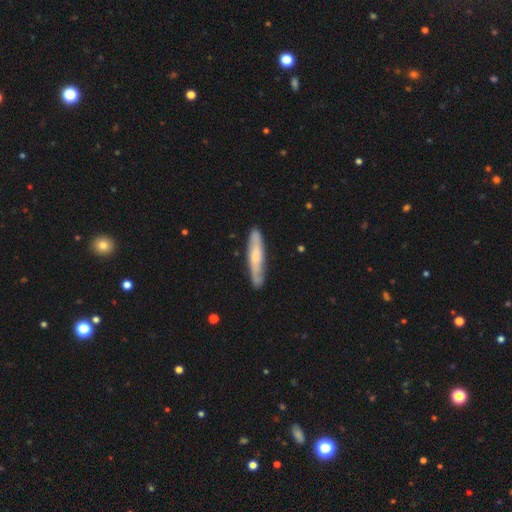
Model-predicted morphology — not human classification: A featured or disk galaxy (47%, tied with smooth). Merging: none (83%).